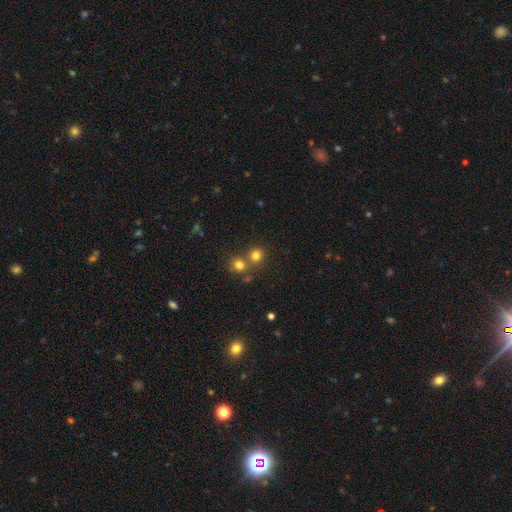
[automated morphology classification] Smooth or featured? smooth (77%)
How rounded? round (88%)
Merging? none (61%)